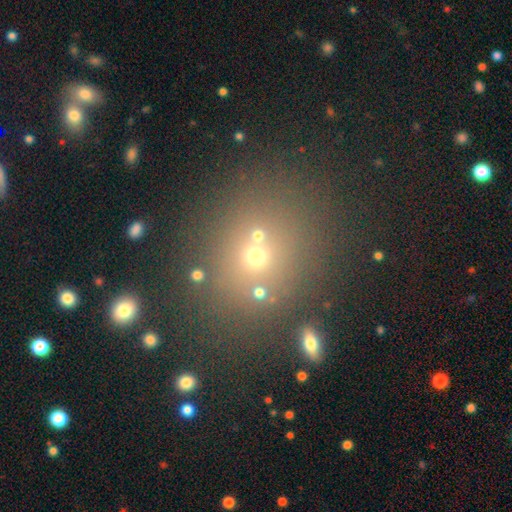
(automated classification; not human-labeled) Smooth or featured? smooth (57%)
How rounded? round (76%)
Merging? none (72%)